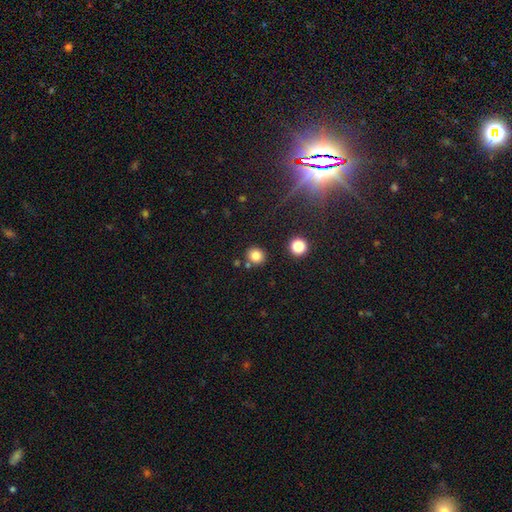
smooth 87%, star or artifact 8%, featured or disk 5%. Down the decision tree: how rounded — round (100%); merging — none (78%).